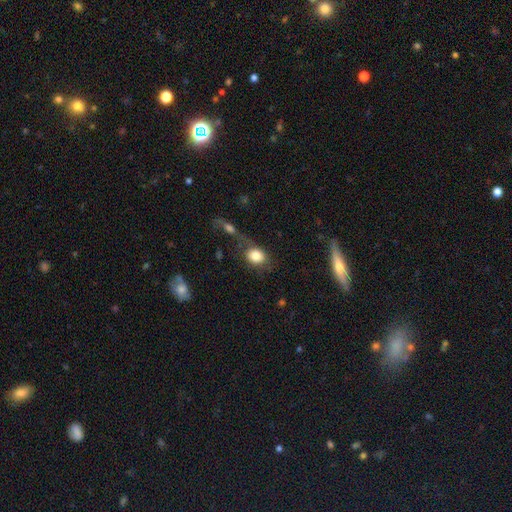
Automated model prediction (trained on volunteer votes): Smooth or featured?
  - smooth: 82% *
  - featured or disk: 9%
  - star or artifact: 9%
How rounded?
  - round: 50% *
  - in between: 48%
  - cigar-shaped: 2%
Merging?
  - none: 46% *
  - merger: 24%
  - minor disturbance: 17%
  - major disturbance: 13%